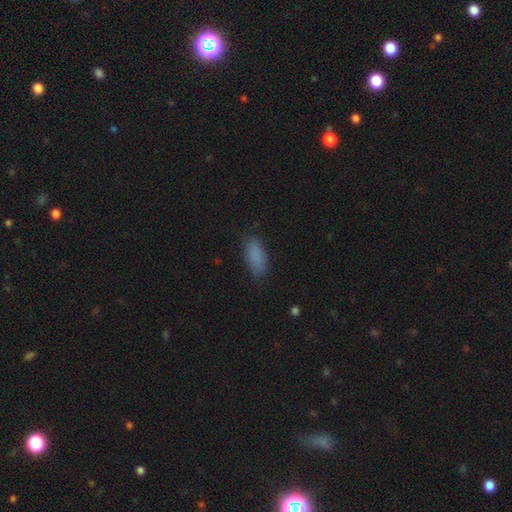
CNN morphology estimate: Smooth or featured?
  - smooth: 86% *
  - star or artifact: 8%
  - featured or disk: 6%
How rounded?
  - in between: 79% *
  - cigar-shaped: 19%
  - round: 2%
Merging?
  - none: 79% *
  - minor disturbance: 15%
  - major disturbance: 4%
  - merger: 1%